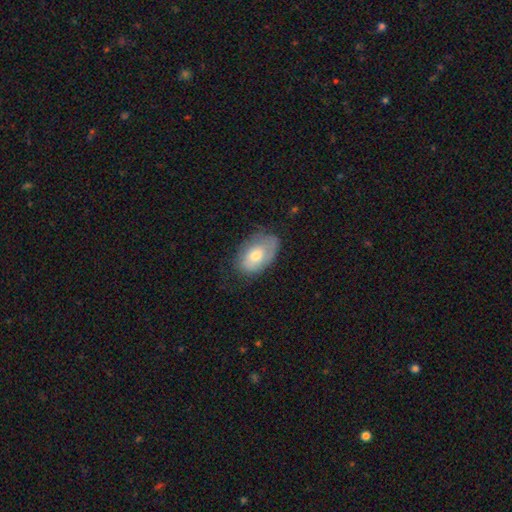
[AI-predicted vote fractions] Smooth or featured? Predicted: smooth (p=0.61). How rounded? Predicted: in between (p=0.89). Merging? Predicted: none (p=0.61).